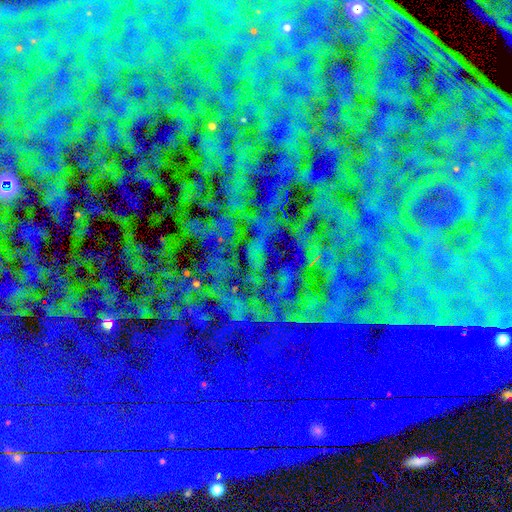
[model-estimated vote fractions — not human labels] Q: Smooth or featured?
A: star or artifact (86%); runner-up: smooth (7%)